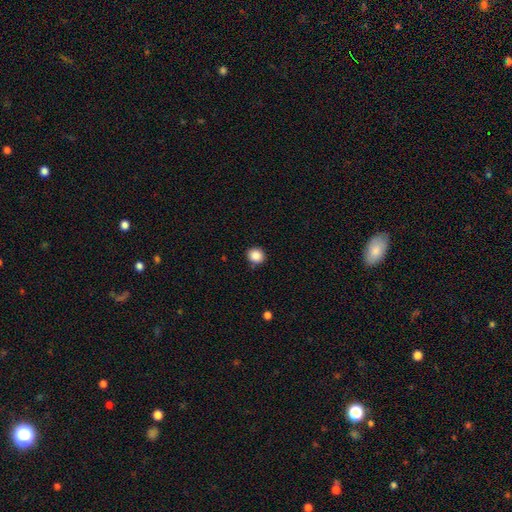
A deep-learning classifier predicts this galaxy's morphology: Smooth or featured? smooth (87%)
How rounded? round (85%)
Merging? none (89%)